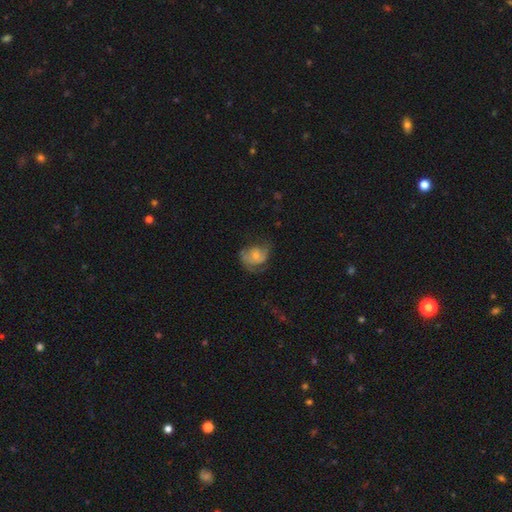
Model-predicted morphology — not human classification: Smooth or featured? Predicted: featured or disk (p=0.53). Edge-on disk? Predicted: no (p=0.97). Bar? Predicted: no (p=0.77). Spiral arms? Predicted: yes (p=0.77). Bulge size? Predicted: small (p=0.57). Merging? Predicted: none (p=0.45).